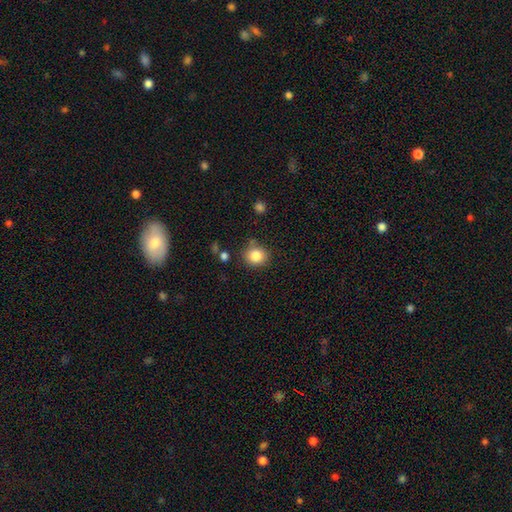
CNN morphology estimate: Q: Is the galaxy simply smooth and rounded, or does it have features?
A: smooth — 84%.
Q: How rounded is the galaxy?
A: round — 82%.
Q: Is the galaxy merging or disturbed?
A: none — 80%.